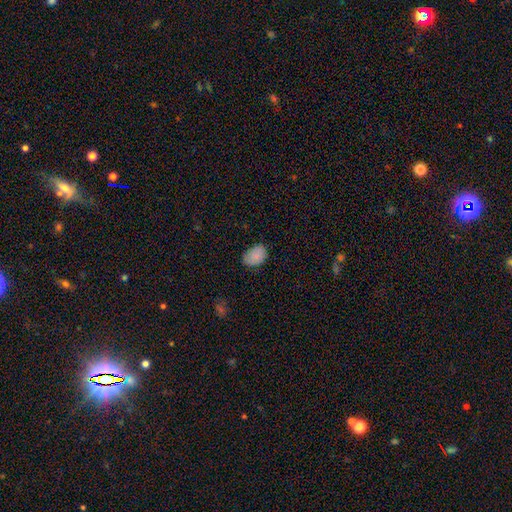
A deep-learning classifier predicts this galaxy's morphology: smooth 86%, star or artifact 8%, featured or disk 5%. Down the decision tree: how rounded — in between (82%); merging — none (70%).